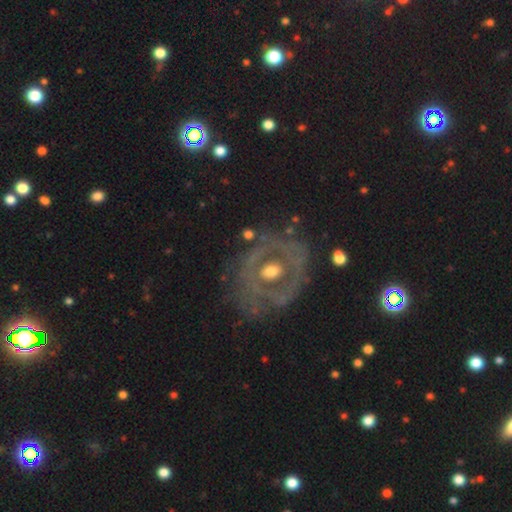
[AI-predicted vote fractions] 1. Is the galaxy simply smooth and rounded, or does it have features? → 76% featured or disk, 14% smooth, 10% star or artifact.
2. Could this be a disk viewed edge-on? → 95% no, 5% yes.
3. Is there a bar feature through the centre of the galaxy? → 54% no, 32% weak, 15% strong.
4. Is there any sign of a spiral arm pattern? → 58% yes, 42% no.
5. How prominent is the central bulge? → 58% moderate, 36% small, 4% large, 2% none, 1% dominant.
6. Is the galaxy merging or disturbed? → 76% none, 14% minor disturbance, 8% major disturbance, 2% merger.